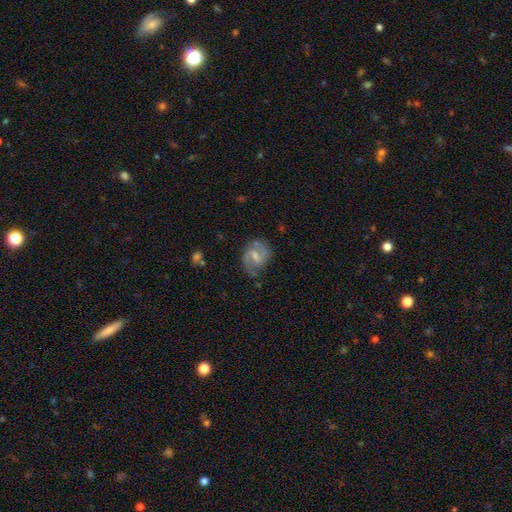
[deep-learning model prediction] featured or disk 80%, smooth 14%, star or artifact 6%. Down the decision tree: edge-on disk — no (98%); bar — weak (61%); spiral arms — yes (95%); spiral arm count — 2 (89%); spiral winding — medium (57%); bulge size — small (48%); merging — none (71%).